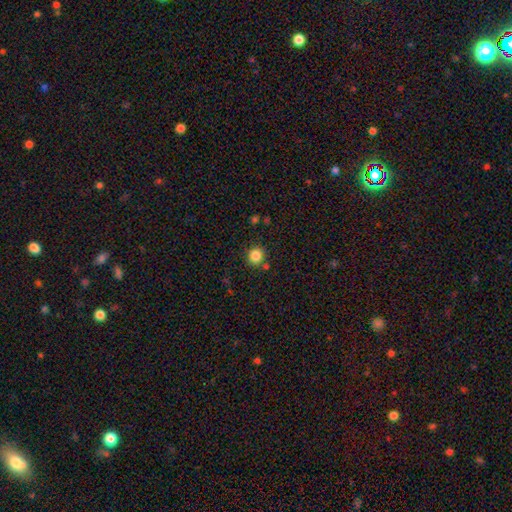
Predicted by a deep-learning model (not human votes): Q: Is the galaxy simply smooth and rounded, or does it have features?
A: smooth — 84%.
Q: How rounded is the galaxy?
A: round — 89%.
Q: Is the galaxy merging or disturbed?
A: none — 83%.